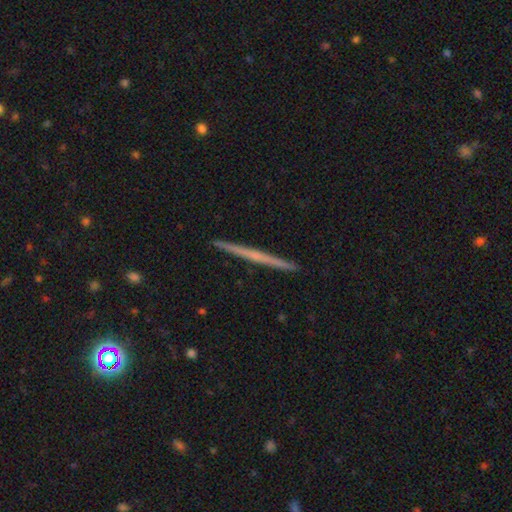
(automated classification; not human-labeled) This is likely a featured or disk galaxy (64%). It is clearly viewed edge-on (98%). Edge-on bulge: likely none (76%). Merging: clearly none (93%).